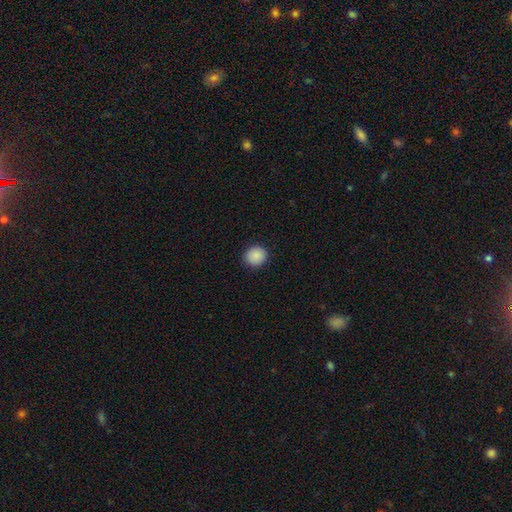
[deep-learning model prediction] smooth-or-featured: smooth: 89% | star or artifact: 8% | featured or disk: 3%
  how-rounded: round: 88% | in between: 11% | cigar-shaped: 1%
  merging: none: 91% | minor disturbance: 6% | major disturbance: 2% | merger: 1%